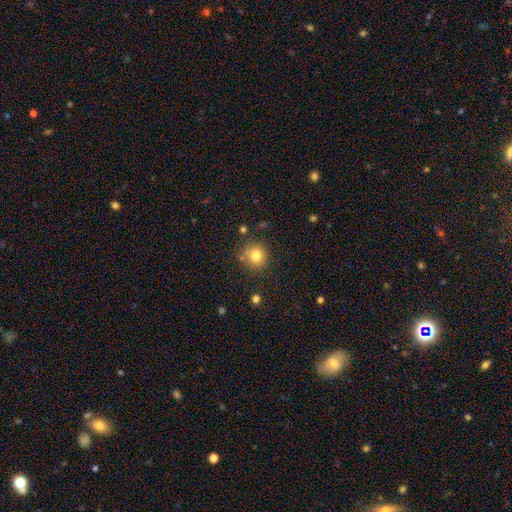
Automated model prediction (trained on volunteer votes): smooth 79%, star or artifact 13%, featured or disk 8%. Down the decision tree: how rounded — round (89%); merging — none (79%).